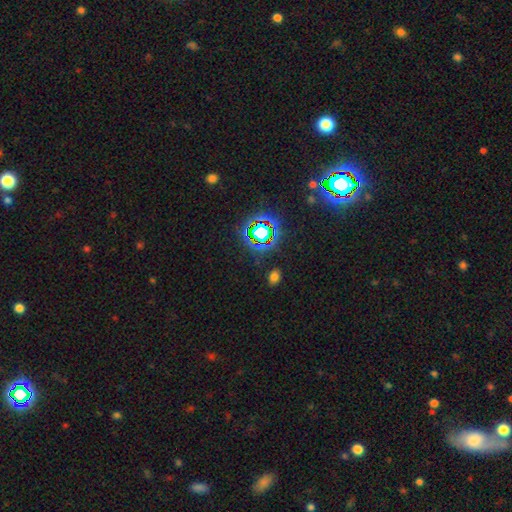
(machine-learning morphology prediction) The model was most divided on "smooth or featured": star or artifact: 78%, smooth: 14%, featured or disk: 8%.